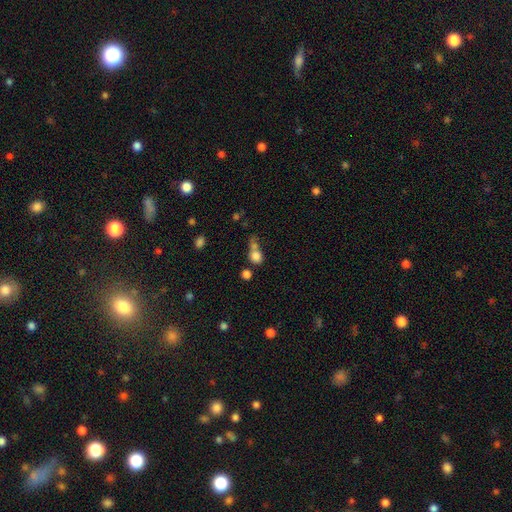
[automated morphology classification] Smooth or featured? Predicted: smooth (p=0.79). How rounded? Predicted: round (p=0.72). Merging? Predicted: merger (p=0.44).